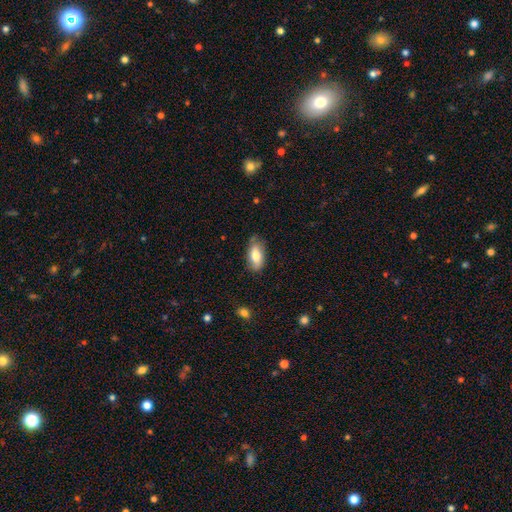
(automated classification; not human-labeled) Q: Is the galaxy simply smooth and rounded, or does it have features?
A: smooth — 74%.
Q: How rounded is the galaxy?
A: in between — 89%.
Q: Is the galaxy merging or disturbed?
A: none — 72%.